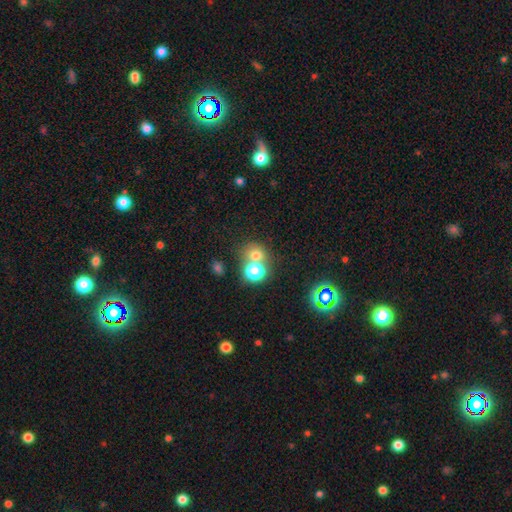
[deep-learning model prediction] Morphology: type=smooth (67%); roundness=round (78%); merging=none (52%).